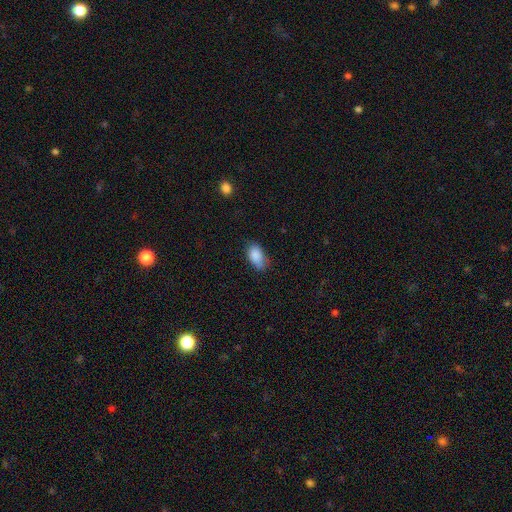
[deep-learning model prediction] This appears to be a smooth galaxy with no disk features (87%) that is in between round and cigar-shaped (92%). Merging: none (65%).